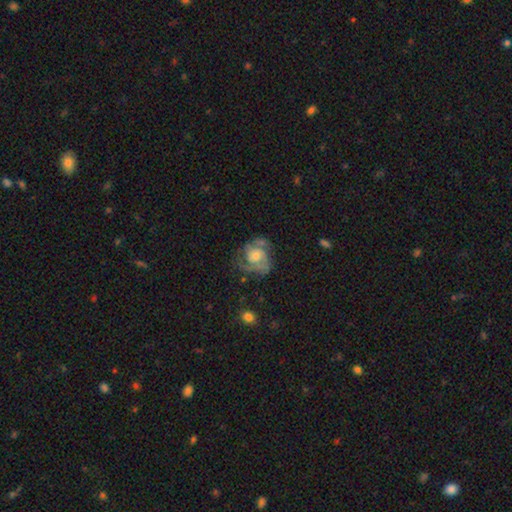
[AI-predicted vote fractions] Overall: featured or disk (78%). Edge-on disk: no (98%). Bar: no (69%). Spiral arms: yes (93%). Spiral arm count: 2 (55%; 3 20%). Spiral winding: medium (45%; tight 42%). Bulge size: moderate (44%; small 32%). Merging: none (60%; minor disturbance 22%).